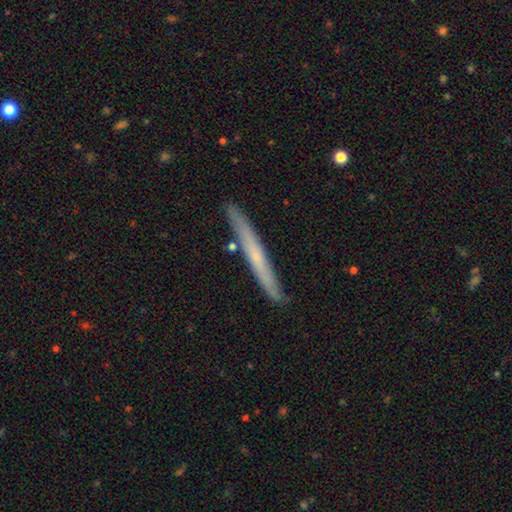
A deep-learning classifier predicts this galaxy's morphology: Smooth or featured? featured or disk (49%)
Merging? none (88%)